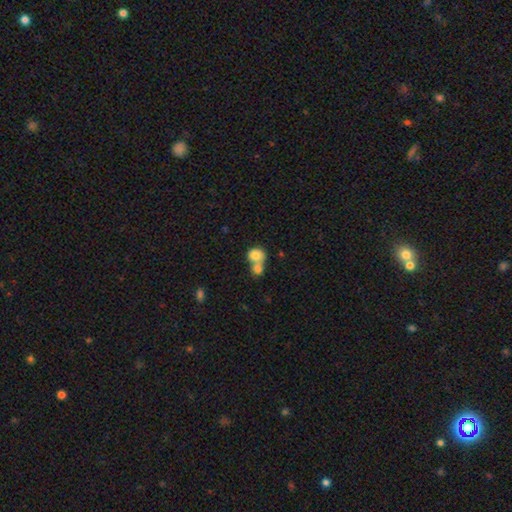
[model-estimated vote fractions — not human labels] Morphology: type=smooth (79%); roundness=round (73%); merging=merger (66%).